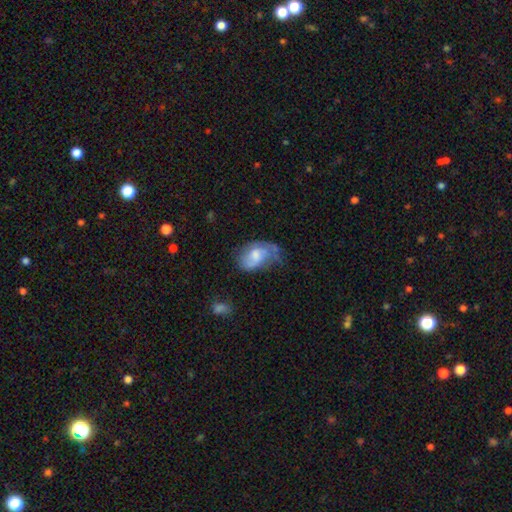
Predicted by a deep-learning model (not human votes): Overall: featured or disk (47%; smooth 46%). Merging: minor disturbance (35%; none 33%).